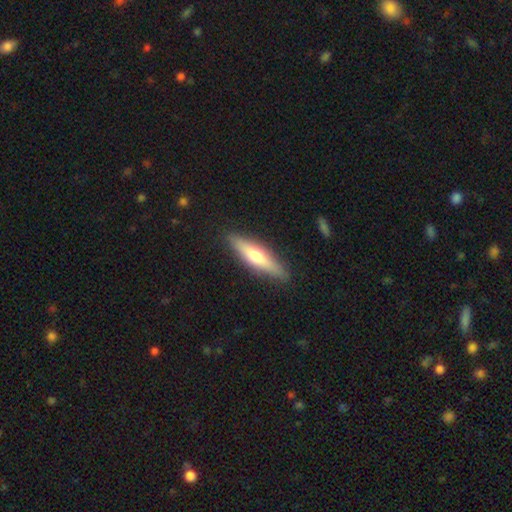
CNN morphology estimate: A smooth galaxy with no disk features (49%).

Vote fractions:
- Smooth or featured? smooth: 49% / featured or disk: 45% / star or artifact: 6%
- Merging? none: 88% / minor disturbance: 9% / major disturbance: 2% / merger: 1%